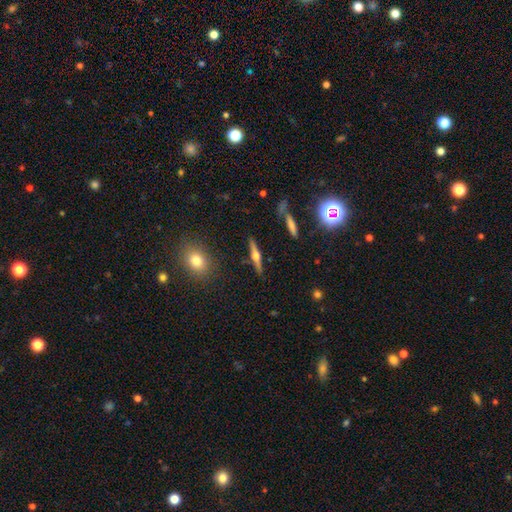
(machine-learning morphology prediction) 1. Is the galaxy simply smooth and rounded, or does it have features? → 72% featured or disk, 21% smooth, 7% star or artifact.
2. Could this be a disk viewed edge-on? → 97% yes, 3% no.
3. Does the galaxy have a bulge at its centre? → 94% rounded, 4% boxy, 2% none.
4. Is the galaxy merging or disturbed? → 88% none, 8% minor disturbance, 2% merger, 2% major disturbance.